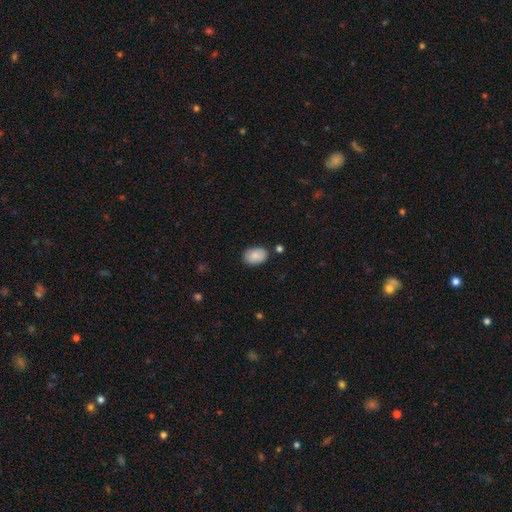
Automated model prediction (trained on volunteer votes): A smooth galaxy with no disk features (84%) that is in between round and cigar-shaped (82%). Merging: none (80%).